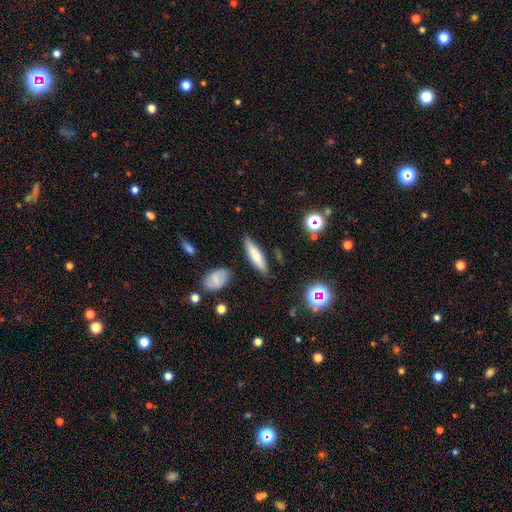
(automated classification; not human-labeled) Smooth or featured?
  - smooth: 73% *
  - featured or disk: 19%
  - star or artifact: 7%
How rounded?
  - cigar-shaped: 68% *
  - in between: 30%
  - round: 2%
Merging?
  - none: 82% *
  - minor disturbance: 13%
  - major disturbance: 3%
  - merger: 3%